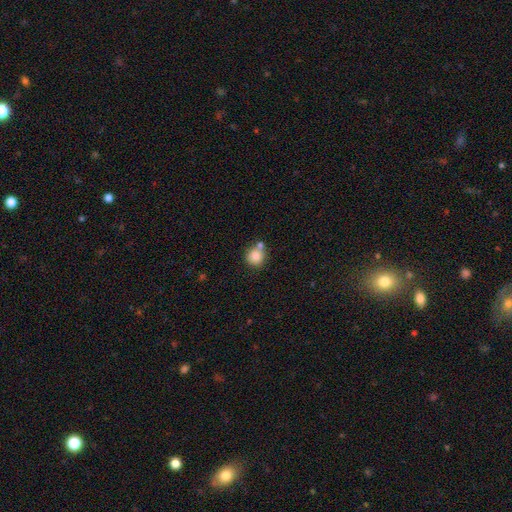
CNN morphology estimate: This appears to be a smooth galaxy with no disk features (81%) that is round (89%). Merging: none (59%).